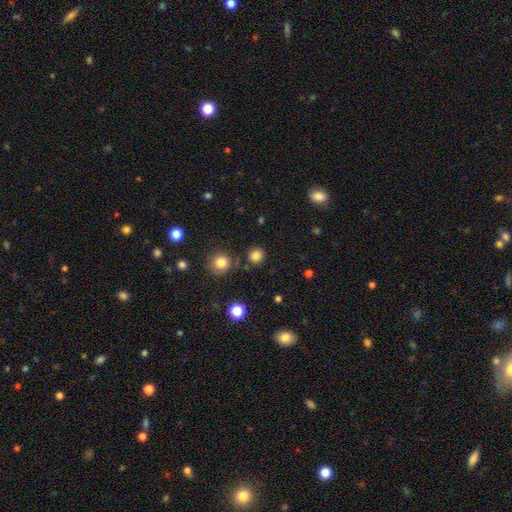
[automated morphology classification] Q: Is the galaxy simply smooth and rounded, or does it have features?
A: smooth — 82%.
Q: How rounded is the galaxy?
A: round — 86%.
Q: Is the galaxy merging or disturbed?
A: none — 84%.